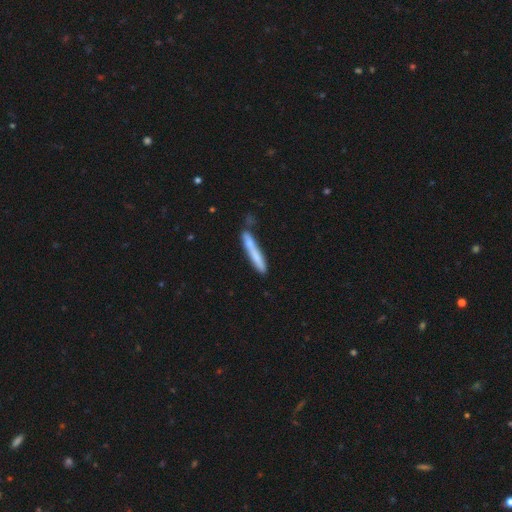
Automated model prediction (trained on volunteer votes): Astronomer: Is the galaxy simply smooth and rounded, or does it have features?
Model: smooth — 68%.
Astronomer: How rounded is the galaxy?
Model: cigar-shaped — 94%.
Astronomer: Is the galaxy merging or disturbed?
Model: none — 66%.